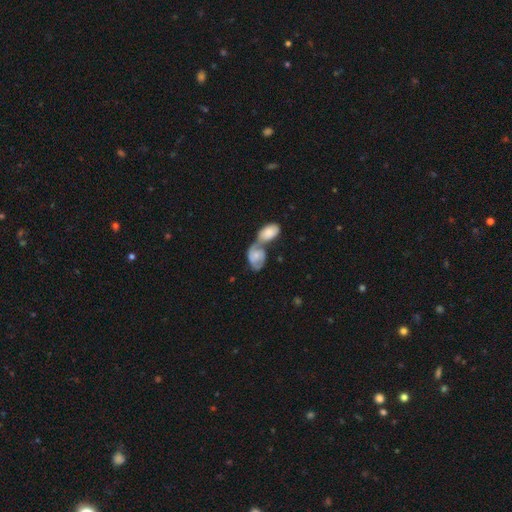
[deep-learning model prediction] This is possibly a featured or disk galaxy (52%). It is clearly not viewed edge-on (96%). Merging: likely merger (72%).